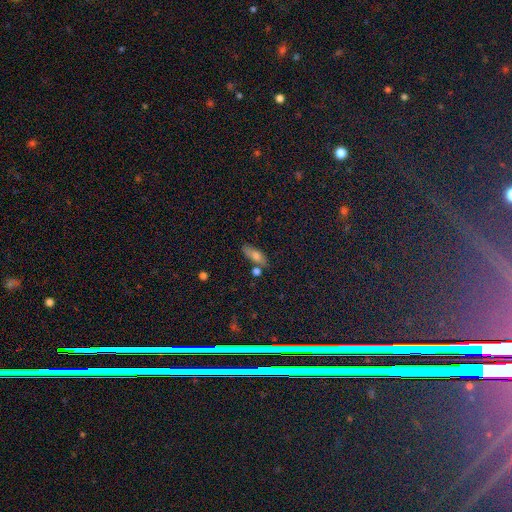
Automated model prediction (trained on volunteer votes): Smooth or featured?
  - smooth: 69% *
  - featured or disk: 20%
  - star or artifact: 12%
How rounded?
  - in between: 70% *
  - cigar-shaped: 25%
  - round: 5%
Merging?
  - none: 67% *
  - minor disturbance: 17%
  - merger: 11%
  - major disturbance: 5%